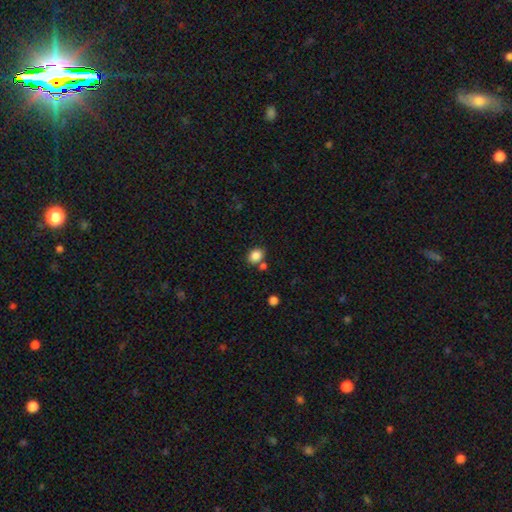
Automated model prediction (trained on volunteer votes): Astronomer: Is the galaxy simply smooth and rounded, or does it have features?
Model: smooth — 85%.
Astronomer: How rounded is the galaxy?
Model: round — 53% (runner-up: in between, 46%).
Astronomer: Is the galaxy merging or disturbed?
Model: none — 70%.